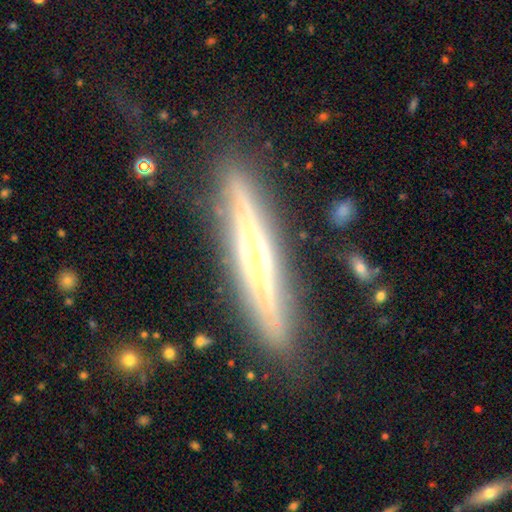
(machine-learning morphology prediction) Smooth or featured?
  - featured or disk: 74% *
  - smooth: 19%
  - star or artifact: 7%
Edge-on disk?
  - yes: 91% *
  - no: 9%
Edge-on bulge?
  - rounded: 56% *
  - none: 29%
  - boxy: 15%
Merging?
  - none: 85% *
  - minor disturbance: 10%
  - major disturbance: 3%
  - merger: 2%